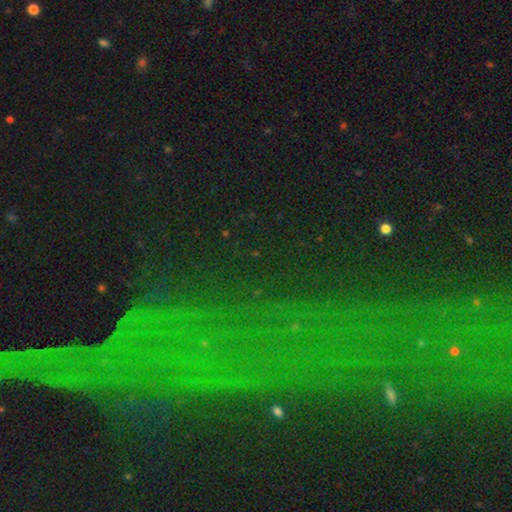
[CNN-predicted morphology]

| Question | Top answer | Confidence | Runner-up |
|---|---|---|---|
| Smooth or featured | star or artifact | 71% | featured or disk (15%) |